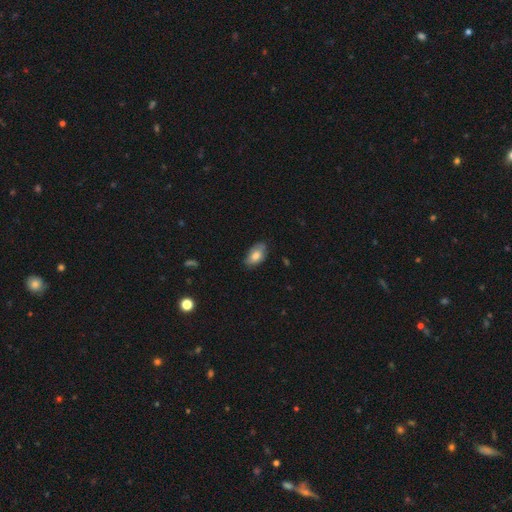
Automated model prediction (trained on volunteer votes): Smooth or featured? smooth (76%)
How rounded? in between (92%)
Merging? none (70%)